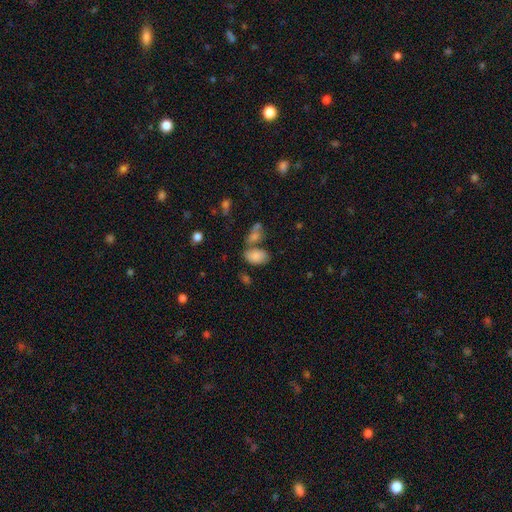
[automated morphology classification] type=smooth (82%); roundness=in between (91%); merging=none (52%).